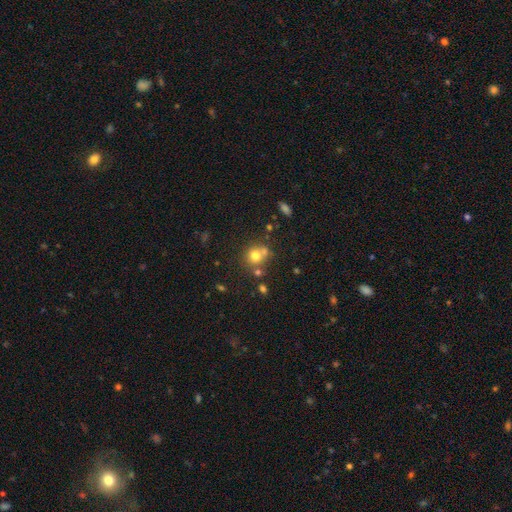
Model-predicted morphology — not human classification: smooth-or-featured: smooth: 73% | star or artifact: 14% | featured or disk: 13%
  how-rounded: round: 83% | in between: 16% | cigar-shaped: 1%
  merging: none: 54% | merger: 29% | minor disturbance: 12% | major disturbance: 5%